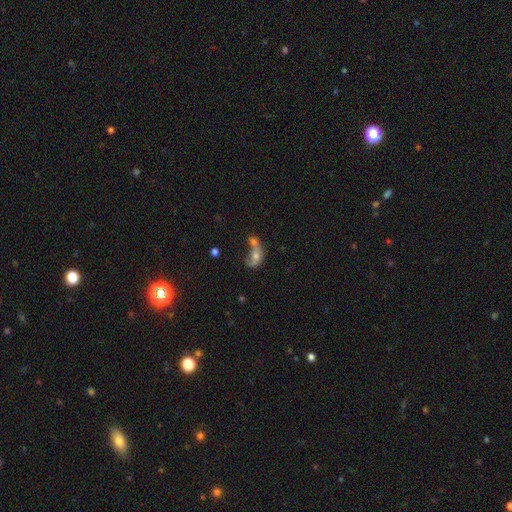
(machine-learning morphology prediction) Smooth or featured: smooth — 56% (featured or disk — 32%)
How rounded: in between — 74% (round — 22%)
Merging: merger — 59% (major disturbance — 16%)